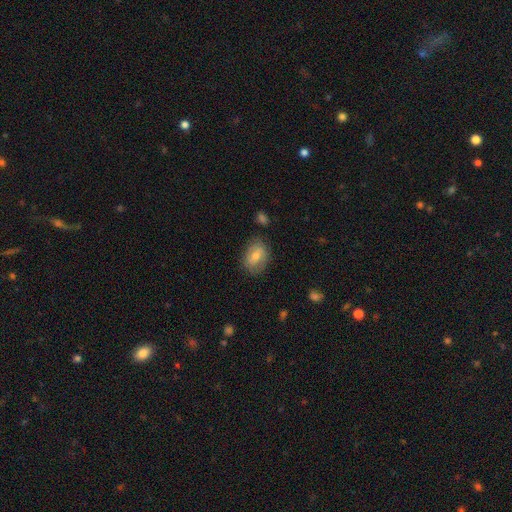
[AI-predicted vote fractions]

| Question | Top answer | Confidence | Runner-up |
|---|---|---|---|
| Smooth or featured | smooth | 60% | featured or disk (30%) |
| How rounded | in between | 73% | round (25%) |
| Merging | none | 77% | minor disturbance (16%) |